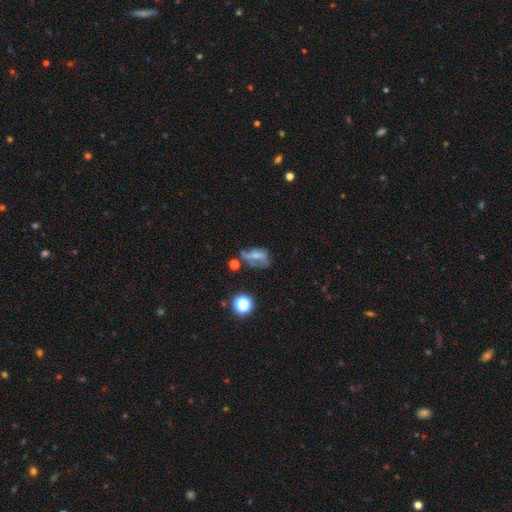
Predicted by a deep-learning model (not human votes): Morphology: type=featured or disk (46%); merging=none (36%).